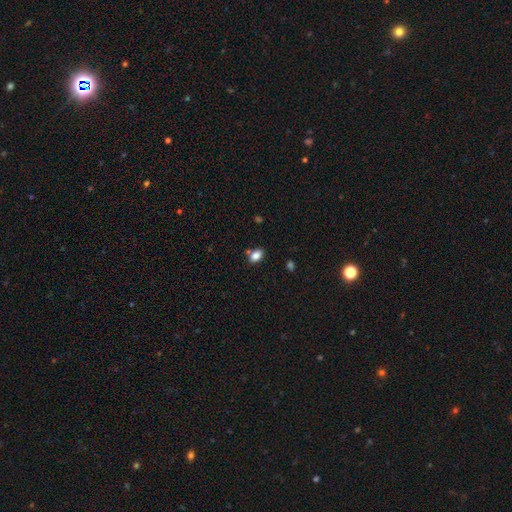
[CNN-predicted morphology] A smooth galaxy with no disk features (85%) that is in between round and cigar-shaped (87%).

Vote fractions:
- Smooth or featured? smooth: 85% / star or artifact: 10% / featured or disk: 5%
- How rounded? in between: 87% / round: 12% / cigar-shaped: 2%
- Merging? none: 75% / minor disturbance: 12% / merger: 10% / major disturbance: 3%